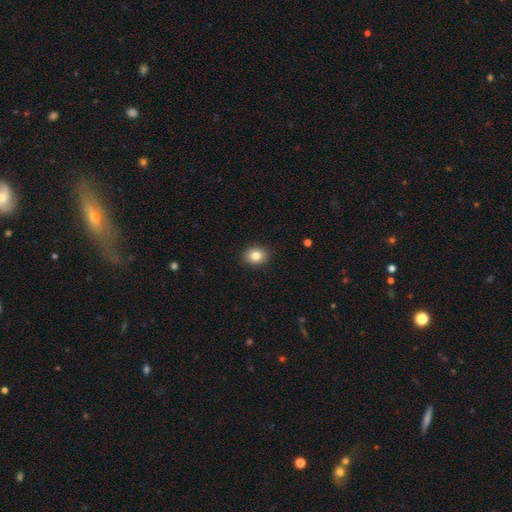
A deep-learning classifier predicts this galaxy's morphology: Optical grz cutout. It shows a smooth galaxy with no disk features (83%) that is round (54%). Merging: none (90%).